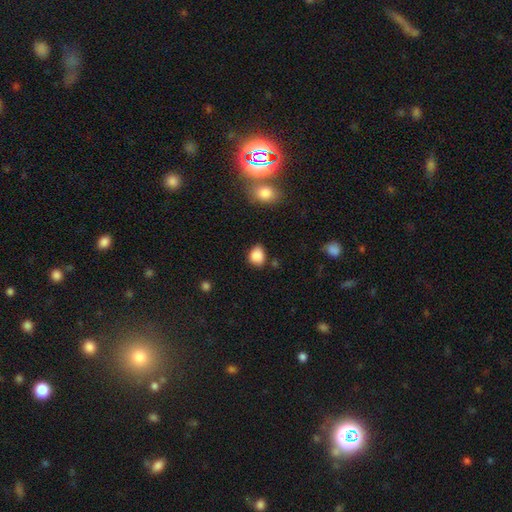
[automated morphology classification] This is clearly a smooth galaxy (87%). How rounded: possibly round (53%). Merging: likely none (68%).